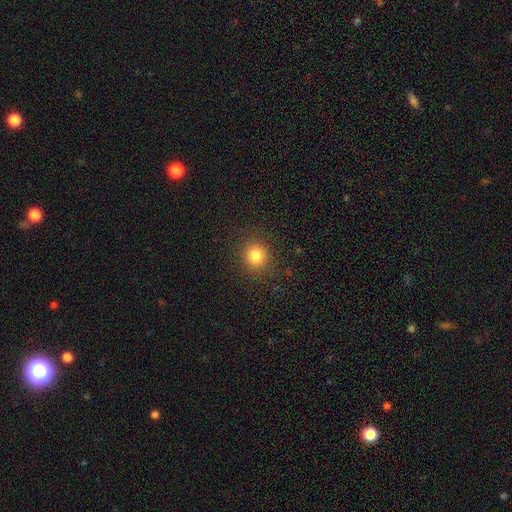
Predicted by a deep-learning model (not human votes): Smooth or featured?
  - smooth: 81% *
  - star or artifact: 13%
  - featured or disk: 6%
How rounded?
  - round: 91% *
  - in between: 9%
  - cigar-shaped: 1%
Merging?
  - none: 90% *
  - minor disturbance: 6%
  - major disturbance: 3%
  - merger: 1%